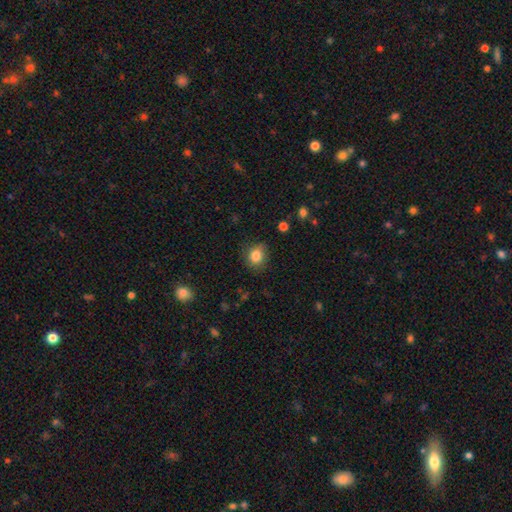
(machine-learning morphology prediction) Smooth or featured: smooth — 83% (star or artifact — 10%)
How rounded: round — 66% (in between — 33%)
Merging: none — 77% (minor disturbance — 18%)